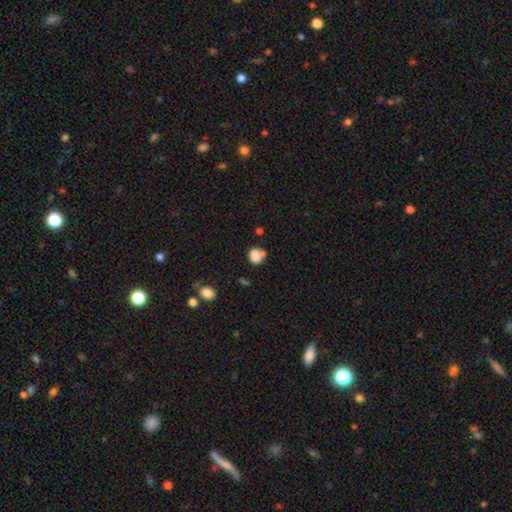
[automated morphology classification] This appears to be a smooth galaxy with no disk features (82%) that is round (68%). Merging: none (50%).